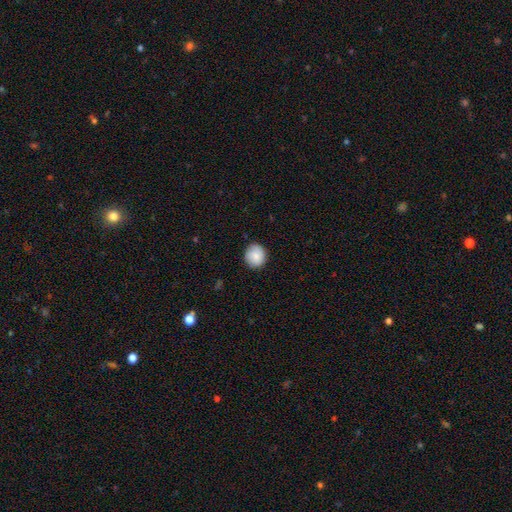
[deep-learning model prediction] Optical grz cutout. It shows a smooth galaxy with no disk features (83%) that is round (88%). Merging: none (85%).